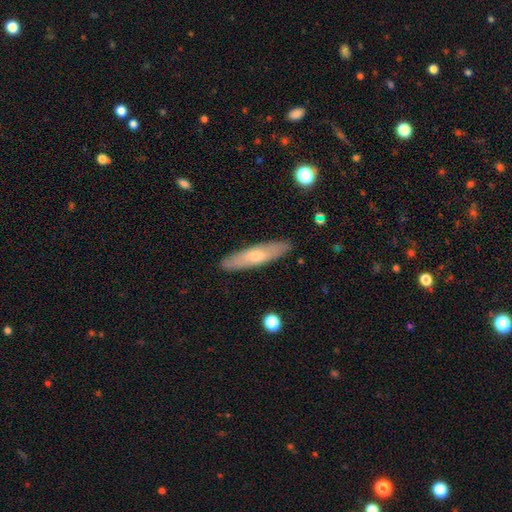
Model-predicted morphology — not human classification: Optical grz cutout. It shows a smooth galaxy with no disk features (53%) that is cigar-shaped (77%). Merging: none (88%).